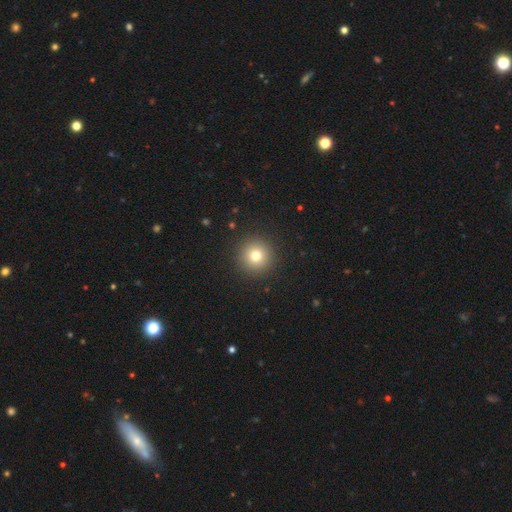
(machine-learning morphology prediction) smooth_or_featured: smooth (p=0.77) [alt: star or artifact p=0.14]
how_rounded: round (p=0.96) [alt: in between p=0.03]
merging: none (p=0.92) [alt: minor disturbance p=0.05]